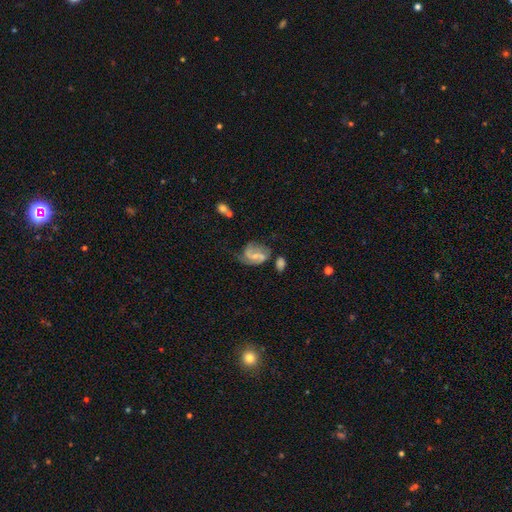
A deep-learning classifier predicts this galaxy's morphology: featured or disk 69%, smooth 24%, star or artifact 8%. Down the decision tree: edge-on disk — no (97%); bar — weak (47%); spiral arms — yes (87%); spiral arm count — 2 (70%); spiral winding — medium (45%); bulge size — small (53%); merging — none (38%).